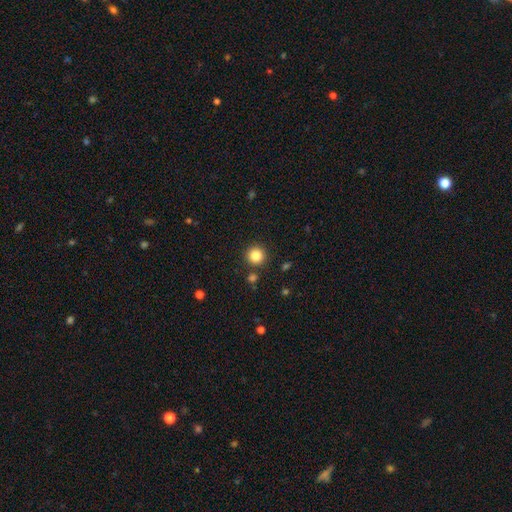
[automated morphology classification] The model was most divided on "smooth or featured": smooth: 86%, star or artifact: 11%, featured or disk: 4%. More confident: how rounded — round (95%); merging — none (89%).